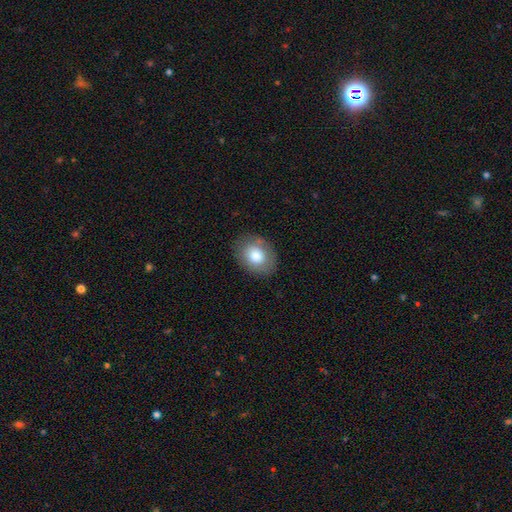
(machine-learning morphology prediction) A smooth galaxy with no disk features (78%) that is in between round and cigar-shaped (64%). Merging: none (83%).